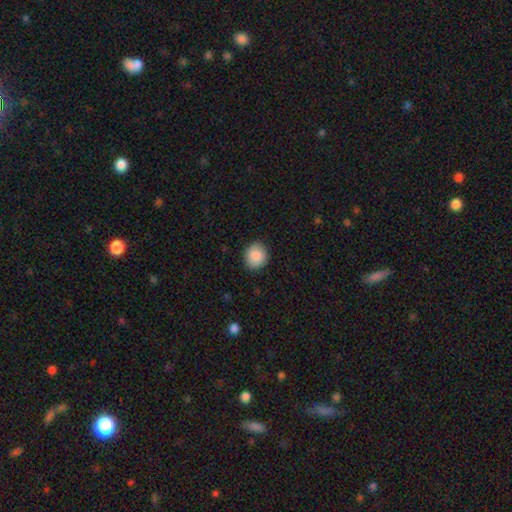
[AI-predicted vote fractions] Morphology: type=smooth (87%); roundness=round (78%); merging=none (88%).